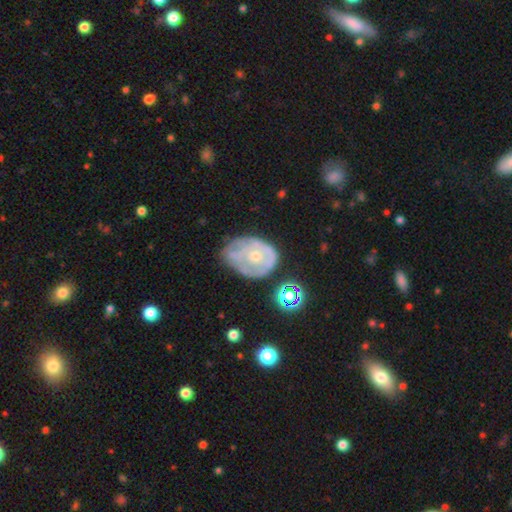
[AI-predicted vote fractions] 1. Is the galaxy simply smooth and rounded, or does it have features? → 64% featured or disk, 28% smooth, 9% star or artifact.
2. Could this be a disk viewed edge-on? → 96% no, 4% yes.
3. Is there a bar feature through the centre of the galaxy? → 85% no, 13% weak, 3% strong.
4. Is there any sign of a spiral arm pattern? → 51% no, 49% yes.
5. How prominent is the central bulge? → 59% small, 36% moderate, 3% none, 2% large, 1% dominant.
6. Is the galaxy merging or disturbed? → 47% none, 32% minor disturbance, 16% major disturbance, 4% merger.